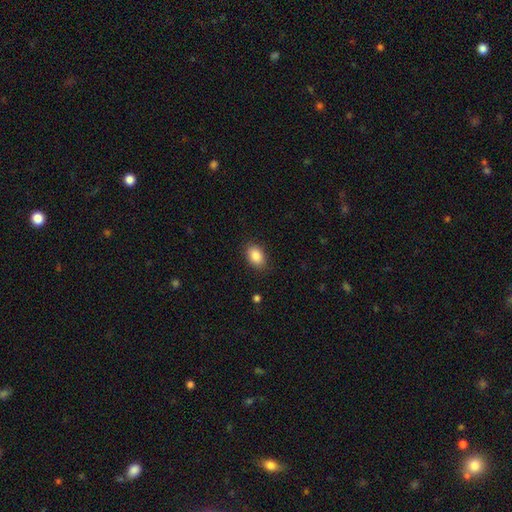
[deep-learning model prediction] Smooth or featured? smooth (87%)
How rounded? in between (85%)
Merging? none (87%)